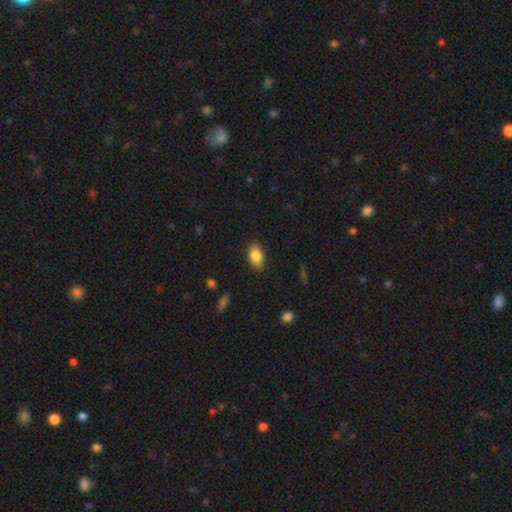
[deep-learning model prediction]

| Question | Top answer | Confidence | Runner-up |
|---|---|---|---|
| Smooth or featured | smooth | 86% | star or artifact (8%) |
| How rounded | in between | 91% | round (7%) |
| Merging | none | 87% | minor disturbance (9%) |